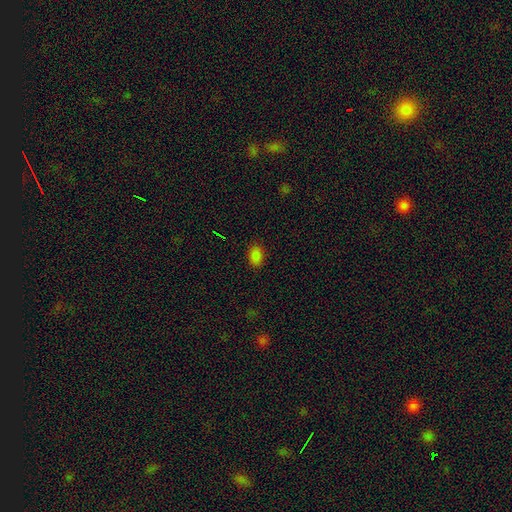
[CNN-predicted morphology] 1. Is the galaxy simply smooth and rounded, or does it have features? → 83% smooth, 14% star or artifact, 3% featured or disk.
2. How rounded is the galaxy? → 82% in between, 17% round, 1% cigar-shaped.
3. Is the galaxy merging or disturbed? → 87% none, 10% minor disturbance, 2% major disturbance, 1% merger.